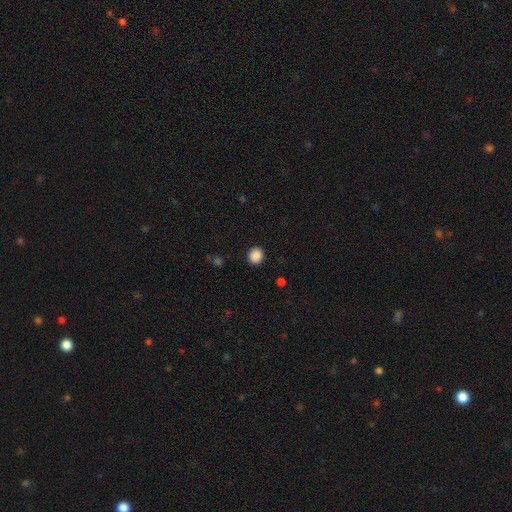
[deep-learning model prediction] Smooth or featured? smooth (88%)
How rounded? round (87%)
Merging? none (91%)